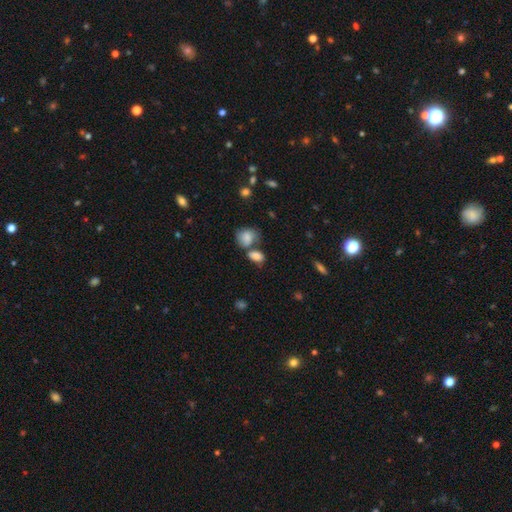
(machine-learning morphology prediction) Overall: smooth (82%). How rounded: in between (75%). Merging: merger (41%; none 40%).